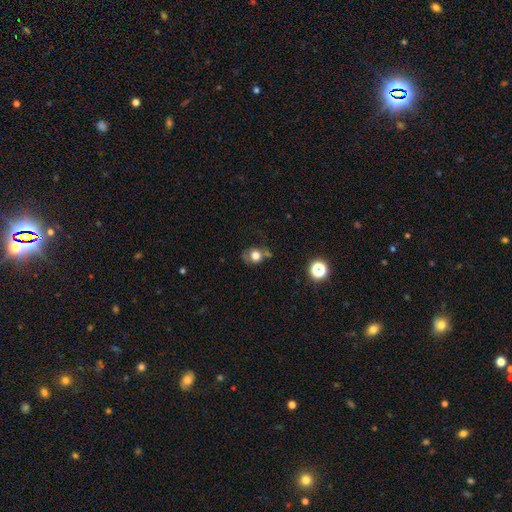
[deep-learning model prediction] Overall: smooth (71%). How rounded: round (72%). Merging: none (52%; minor disturbance 24%).